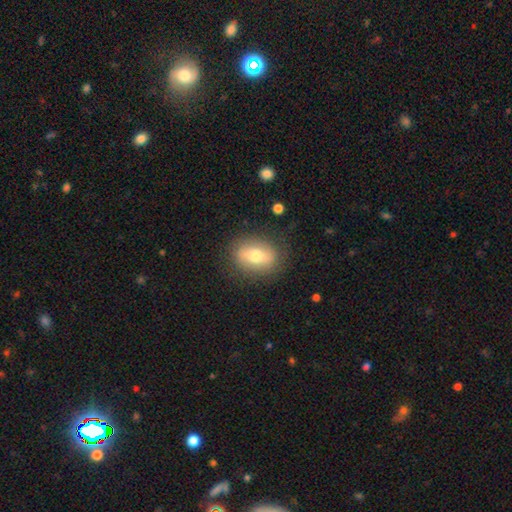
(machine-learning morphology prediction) This is likely a smooth galaxy (61%). How rounded: likely in between (68%). Merging: clearly none (83%).